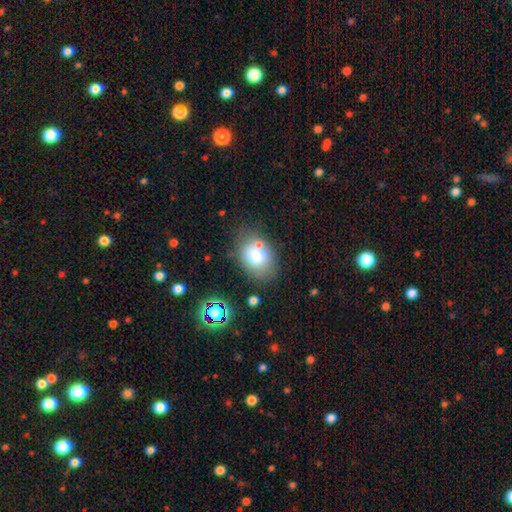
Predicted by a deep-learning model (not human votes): smooth_or_featured: smooth (p=0.73) [alt: featured or disk p=0.16]
how_rounded: in between (p=0.69) [alt: round p=0.30]
merging: none (p=0.66) [alt: minor disturbance p=0.17]